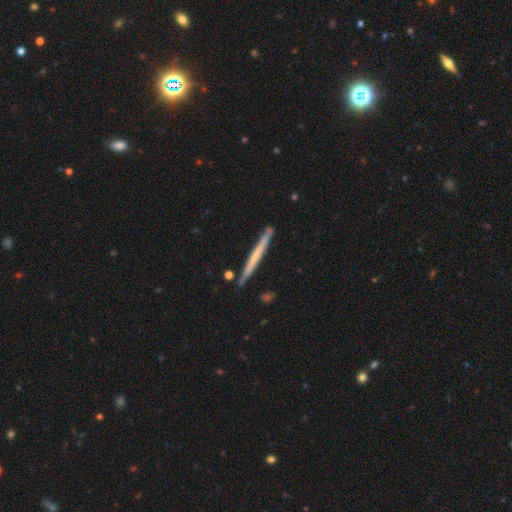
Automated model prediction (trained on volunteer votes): Smooth or featured?
  - smooth: 48% *
  - featured or disk: 47%
  - star or artifact: 5%
Merging?
  - none: 88% *
  - minor disturbance: 9%
  - merger: 2%
  - major disturbance: 1%